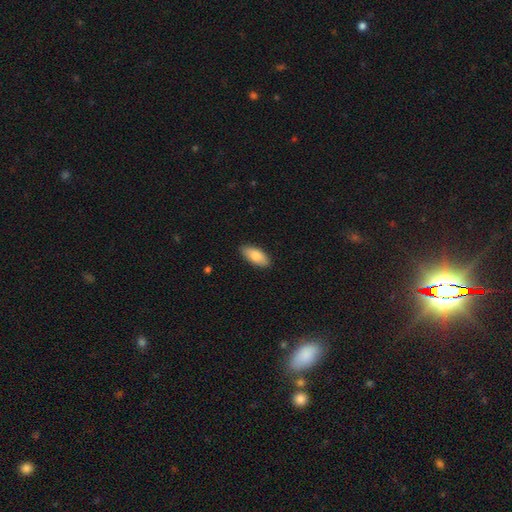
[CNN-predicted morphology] smooth 83%, featured or disk 11%, star or artifact 6%. Down the decision tree: how rounded — in between (90%); merging — none (89%).